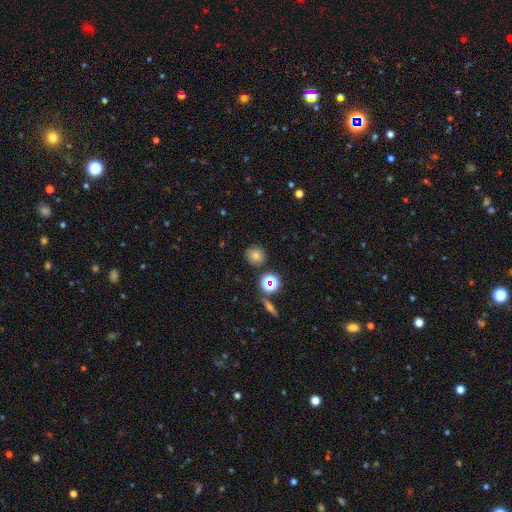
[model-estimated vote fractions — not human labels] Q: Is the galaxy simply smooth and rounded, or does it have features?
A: smooth — 59%.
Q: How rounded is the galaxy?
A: round — 86%.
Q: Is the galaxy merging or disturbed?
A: none — 85%.